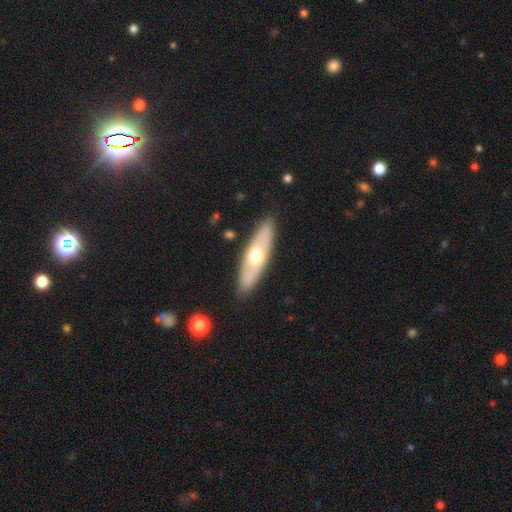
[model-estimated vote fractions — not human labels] Smooth or featured? Predicted: smooth (p=0.48). Merging? Predicted: none (p=0.87).